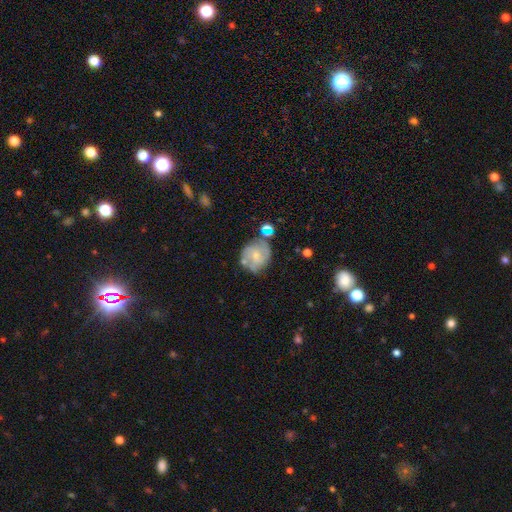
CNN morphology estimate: Smooth or featured: featured or disk — 55% (smooth — 37%)
Edge-on disk: no — 97% (yes — 3%)
Bar: no — 66% (weak — 28%)
Spiral arms: yes — 73% (no — 27%)
Bulge size: small — 63% (moderate — 30%)
Merging: none — 54% (minor disturbance — 23%)